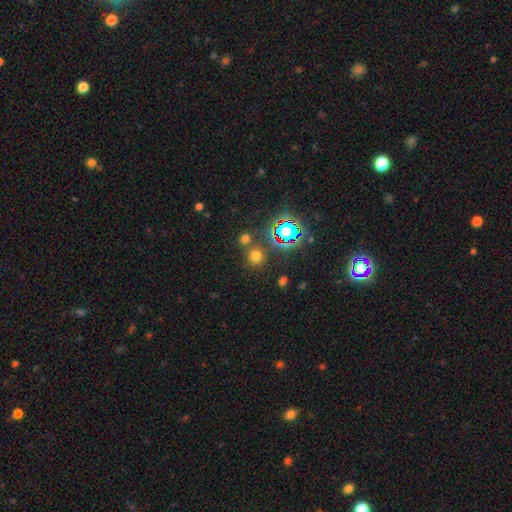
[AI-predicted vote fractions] Smooth or featured: smooth — 63% (star or artifact — 30%)
How rounded: round — 89% (in between — 10%)
Merging: none — 76% (merger — 12%)